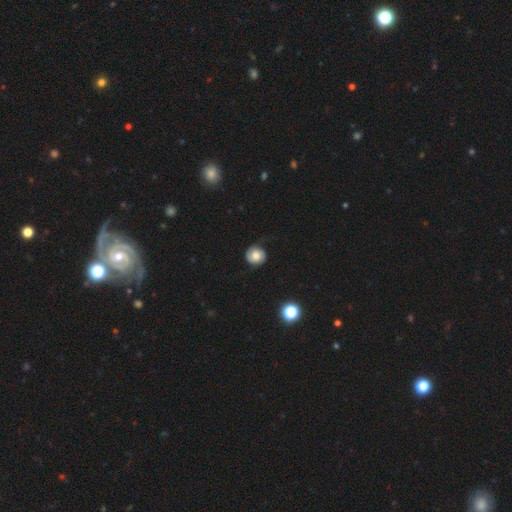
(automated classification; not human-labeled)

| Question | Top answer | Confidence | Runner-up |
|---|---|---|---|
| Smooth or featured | smooth | 52% | featured or disk (39%) |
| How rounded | round | 82% | in between (17%) |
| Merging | none | 67% | minor disturbance (23%) |